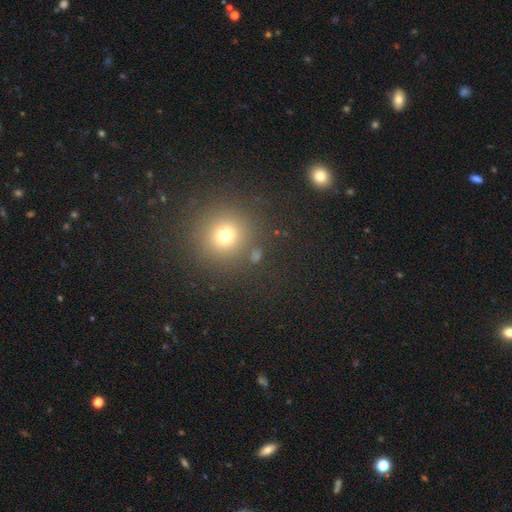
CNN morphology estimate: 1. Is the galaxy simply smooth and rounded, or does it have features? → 69% smooth, 23% star or artifact, 8% featured or disk.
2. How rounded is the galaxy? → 91% round, 8% in between, 1% cigar-shaped.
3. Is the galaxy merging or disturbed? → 84% none, 7% minor disturbance, 5% merger, 4% major disturbance.